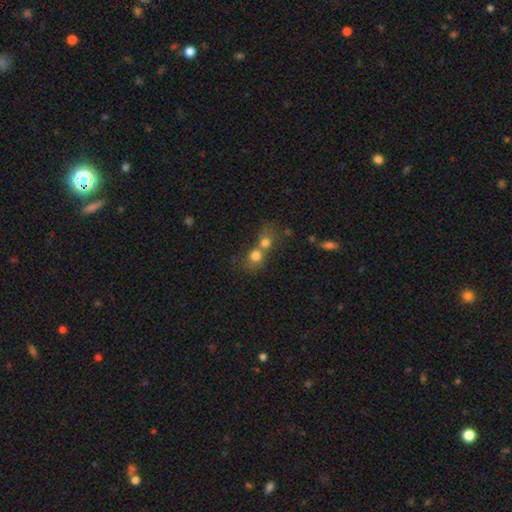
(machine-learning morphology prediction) The model was most divided on "merging": merger: 65%, none: 25%, minor disturbance: 6%, major disturbance: 4%. More confident: smooth or featured — smooth (74%); how rounded — round (74%).